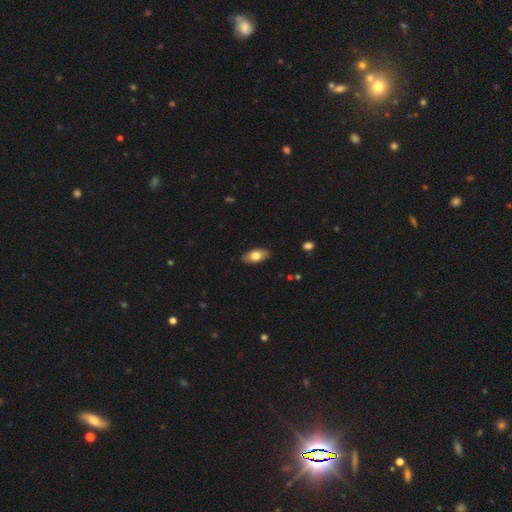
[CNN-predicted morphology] Smooth or featured? smooth (74%)
How rounded? in between (90%)
Merging? none (88%)